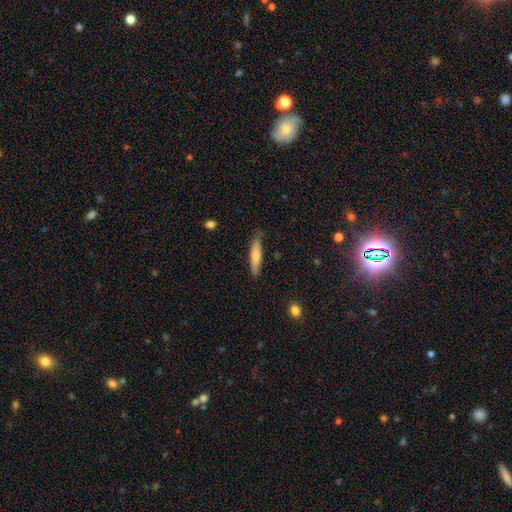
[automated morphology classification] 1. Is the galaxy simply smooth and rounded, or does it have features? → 71% smooth, 24% featured or disk, 6% star or artifact.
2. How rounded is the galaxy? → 86% cigar-shaped, 13% in between, 1% round.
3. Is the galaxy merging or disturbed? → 80% none, 16% minor disturbance, 3% major disturbance, 2% merger.